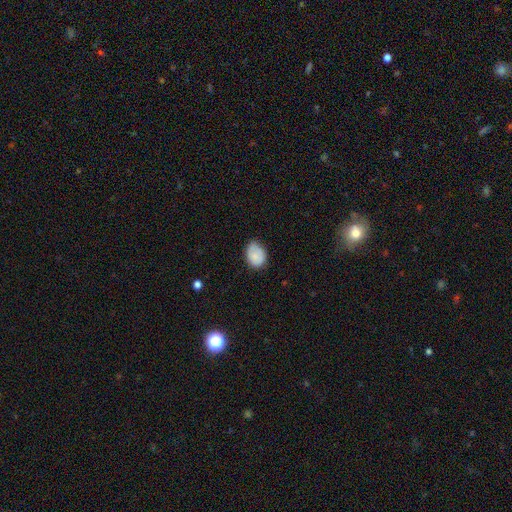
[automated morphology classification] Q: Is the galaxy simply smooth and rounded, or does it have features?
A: smooth — 79%.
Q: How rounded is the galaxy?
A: in between — 68%.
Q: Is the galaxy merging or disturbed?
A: none — 60%.